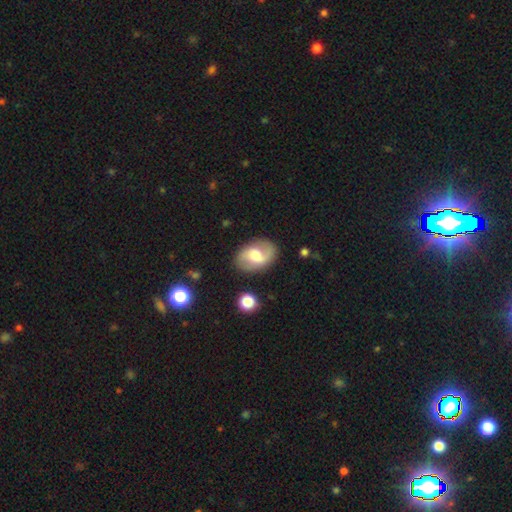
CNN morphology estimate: Smooth or featured? Predicted: featured or disk (p=0.64). Edge-on disk? Predicted: no (p=0.97). Bar? Predicted: weak (p=0.52). Spiral arms? Predicted: yes (p=0.85). Spiral winding? Predicted: loose (p=0.46). Spiral arm count? Predicted: 2 (p=0.85). Bulge size? Predicted: moderate (p=0.53). Merging? Predicted: none (p=0.80).